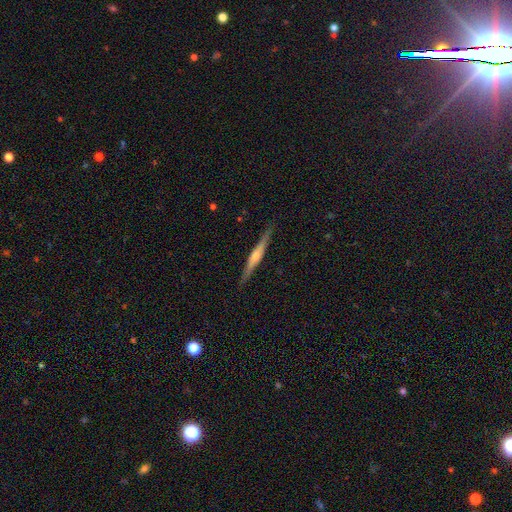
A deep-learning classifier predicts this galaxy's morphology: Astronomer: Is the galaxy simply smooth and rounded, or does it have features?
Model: featured or disk — 72%.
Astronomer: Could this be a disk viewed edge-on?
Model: yes — 98%.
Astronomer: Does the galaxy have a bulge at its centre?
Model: rounded — 76%.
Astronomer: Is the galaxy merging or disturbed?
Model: none — 91%.